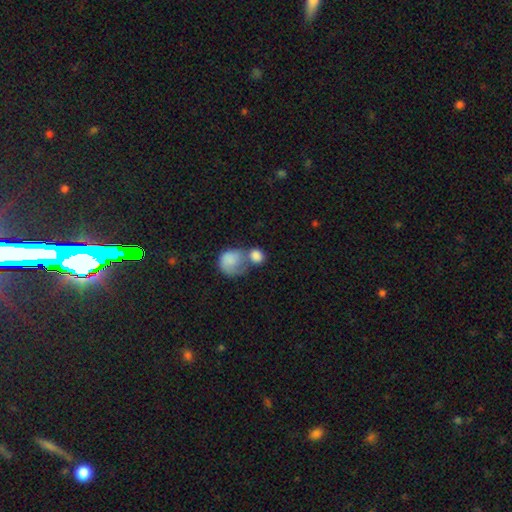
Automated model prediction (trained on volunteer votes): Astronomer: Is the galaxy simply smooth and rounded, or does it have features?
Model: smooth — 82%.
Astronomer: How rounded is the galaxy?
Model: round — 64%.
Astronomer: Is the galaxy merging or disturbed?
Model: merger — 56%.